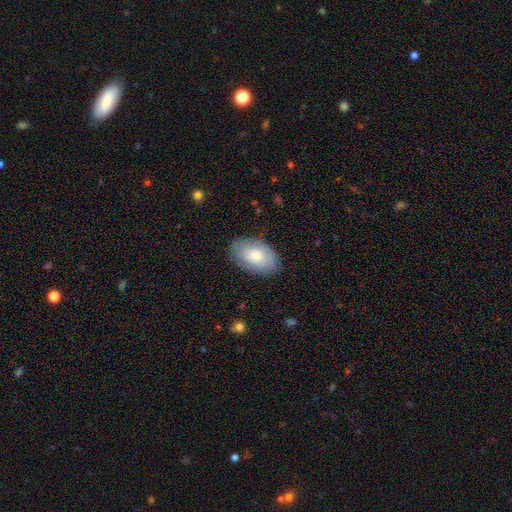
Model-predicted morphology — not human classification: Smooth or featured: smooth — 73% (featured or disk — 21%)
How rounded: in between — 90% (round — 9%)
Merging: none — 80% (minor disturbance — 16%)